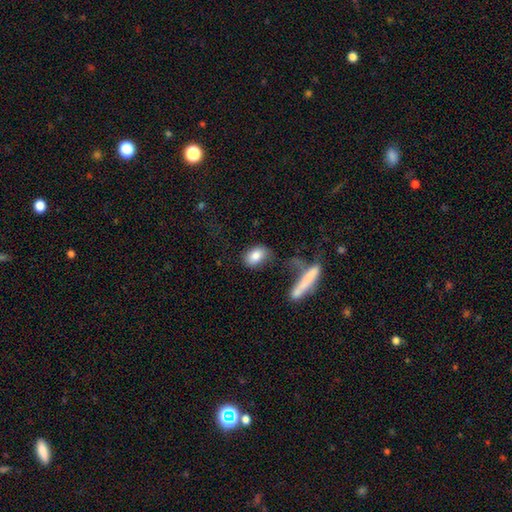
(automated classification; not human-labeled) This is clearly a smooth galaxy (83%). How rounded: likely in between (80%). Merging: likely none (68%).